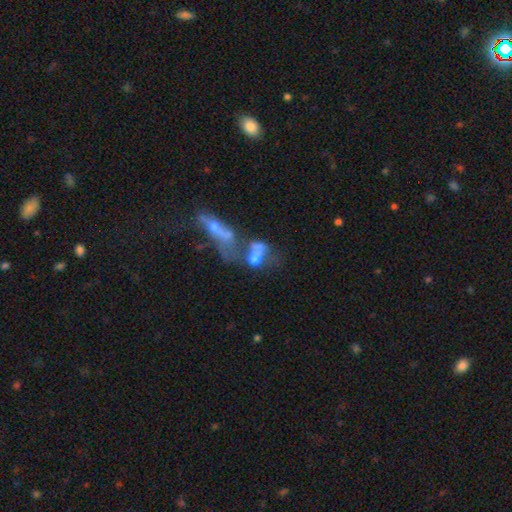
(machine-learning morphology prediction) Overall: featured or disk (46%; smooth 38%). Merging: merger (60%; major disturbance 21%).